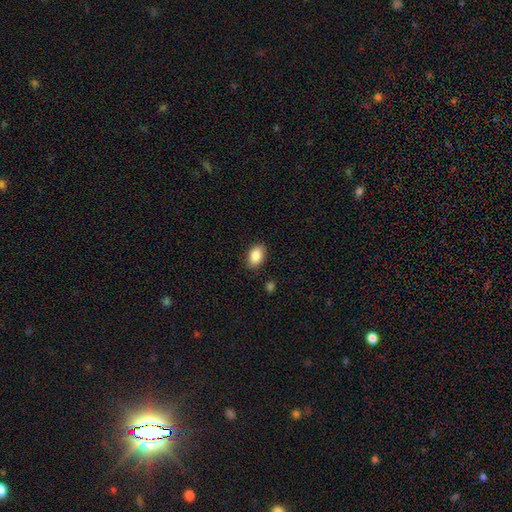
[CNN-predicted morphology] type=smooth (88%); roundness=in between (90%); merging=none (86%).